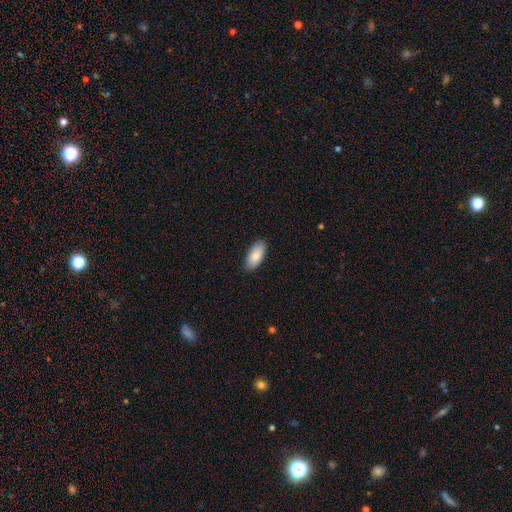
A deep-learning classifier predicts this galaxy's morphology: smooth 84%, featured or disk 10%, star or artifact 6%. Down the decision tree: how rounded — in between (91%); merging — none (88%).